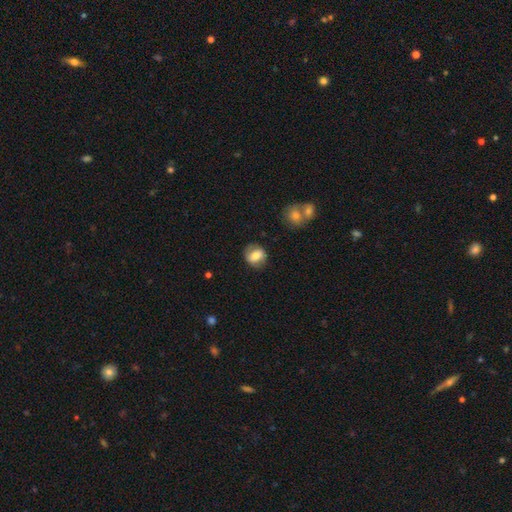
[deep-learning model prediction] The model was most divided on "how rounded": round: 63%, in between: 35%, cigar-shaped: 1%. More confident: merging — none (79%); smooth or featured — smooth (62%).